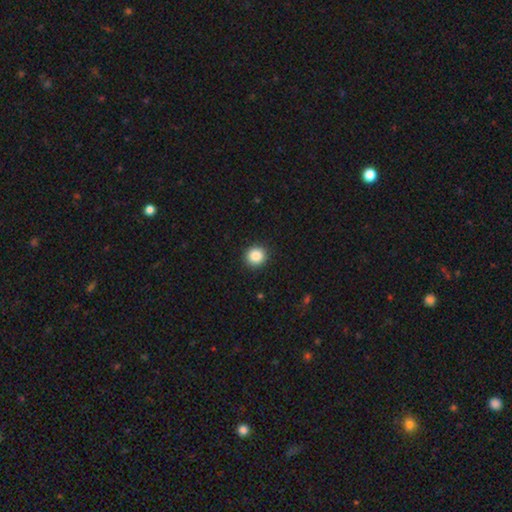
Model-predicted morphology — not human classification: Smooth or featured? smooth (87%)
How rounded? round (94%)
Merging? none (92%)